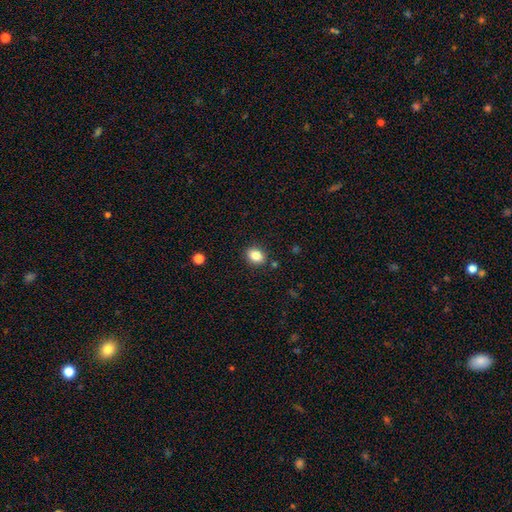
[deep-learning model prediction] This is clearly a smooth galaxy (85%). How rounded: likely in between (62%). Merging: clearly none (87%).